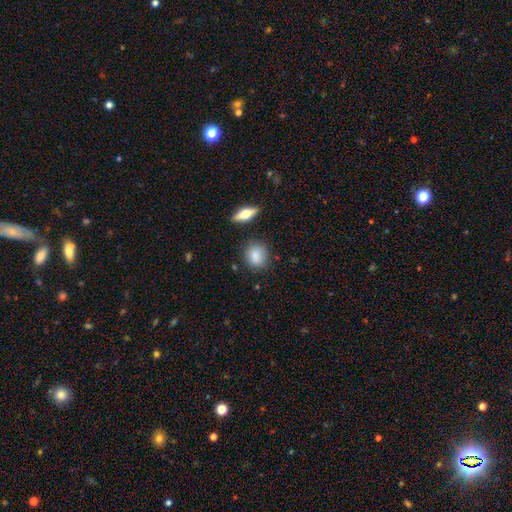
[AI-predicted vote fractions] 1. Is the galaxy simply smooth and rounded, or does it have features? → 84% smooth, 9% featured or disk, 7% star or artifact.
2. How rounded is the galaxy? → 59% round, 37% in between, 3% cigar-shaped.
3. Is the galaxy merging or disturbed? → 81% none, 13% minor disturbance, 3% major disturbance, 3% merger.